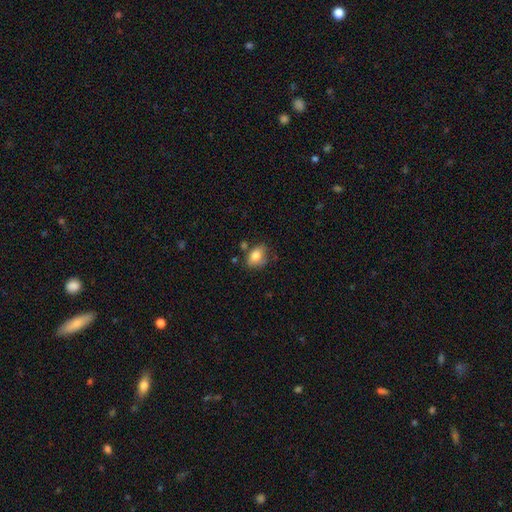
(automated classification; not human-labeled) Smooth or featured? smooth (77%)
How rounded? in between (77%)
Merging? none (55%)